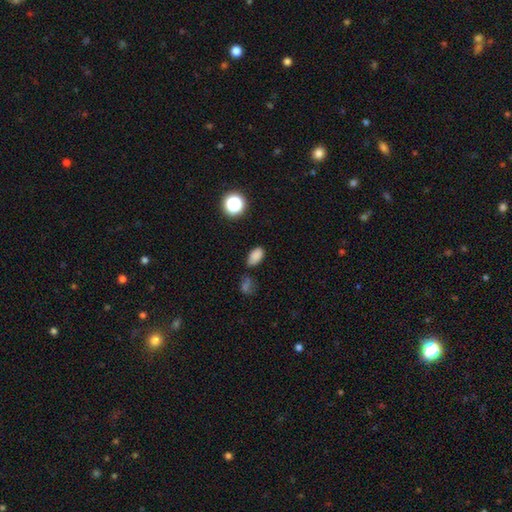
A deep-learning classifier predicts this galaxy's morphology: type=smooth (82%); roundness=in between (90%); merging=none (67%).